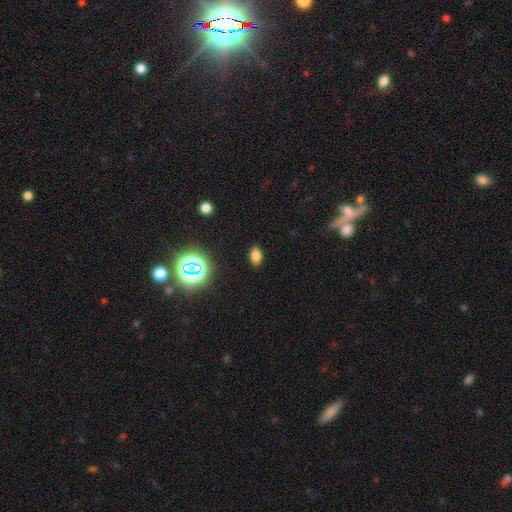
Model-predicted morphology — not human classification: Smooth or featured: smooth — 76% (star or artifact — 18%)
How rounded: in between — 88% (round — 10%)
Merging: none — 88% (minor disturbance — 8%)